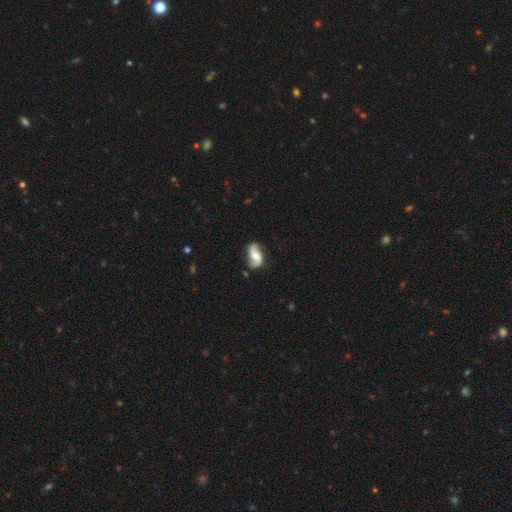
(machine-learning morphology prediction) smooth-or-featured: featured or disk: 81% | smooth: 13% | star or artifact: 6%
  disk-edge-on: no: 97% | yes: 3%
    bar: no: 50% | weak: 36% | strong: 13%
    has-spiral-arms: yes: 96% | no: 4%
      spiral-winding: loose: 64% | medium: 27% | tight: 9%
      spiral-arm-count: 2: 92% | can't tell: 2% | 1: 2% | 3: 1% | 4: 1% | more than 4: 1%
    bulge-size: moderate: 51% | small: 25% | large: 14% | none: 8% | dominant: 2%
  merging: none: 74% | minor disturbance: 17% | major disturbance: 6% | merger: 2%